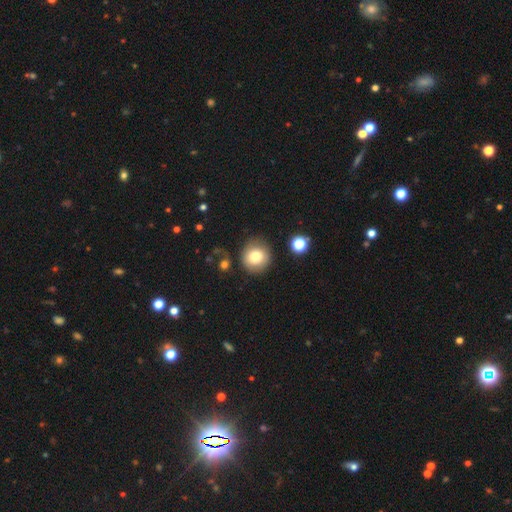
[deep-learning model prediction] Smooth or featured? smooth (79%)
How rounded? round (89%)
Merging? none (80%)